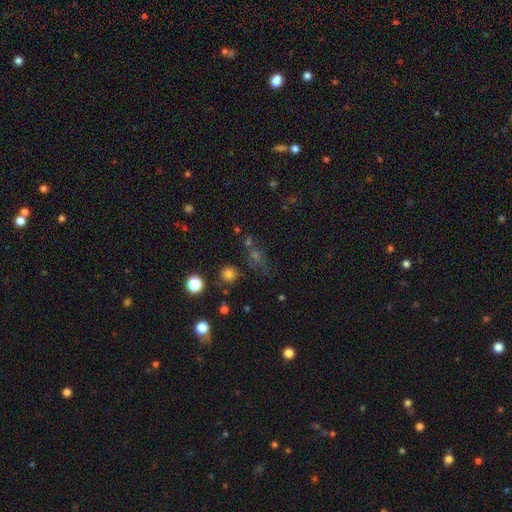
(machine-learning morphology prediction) A smooth galaxy with no disk features (46%). Merging: none (66%).